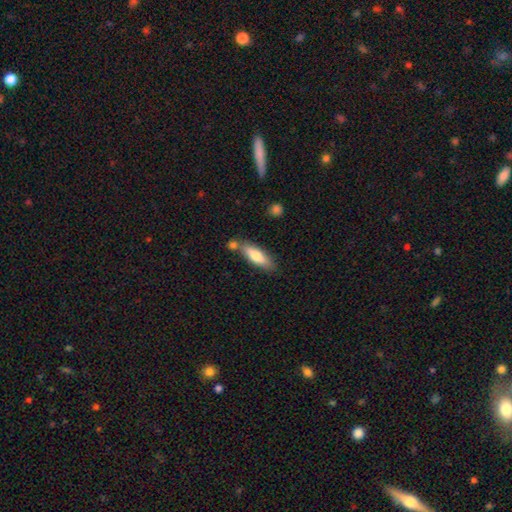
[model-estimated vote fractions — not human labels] smooth 70%, featured or disk 24%, star or artifact 6%. Down the decision tree: how rounded — cigar-shaped (51%); merging — none (66%).